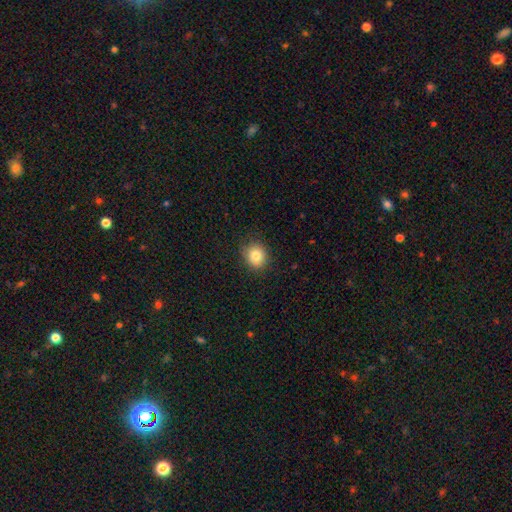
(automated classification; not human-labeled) Overall: smooth (82%). How rounded: round (78%). Merging: none (86%).